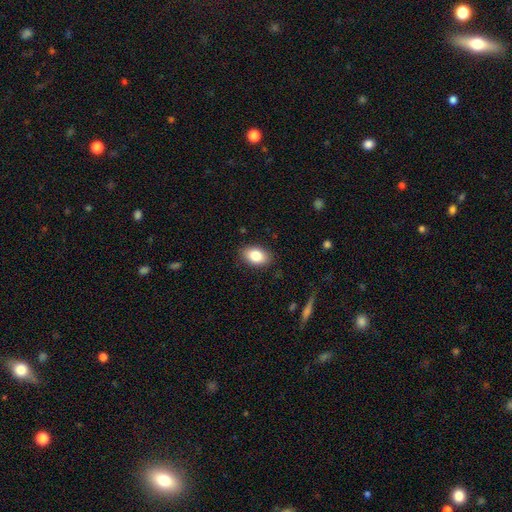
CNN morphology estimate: This appears to be a smooth galaxy with no disk features (84%) that is in between round and cigar-shaped (89%). Merging: none (87%).